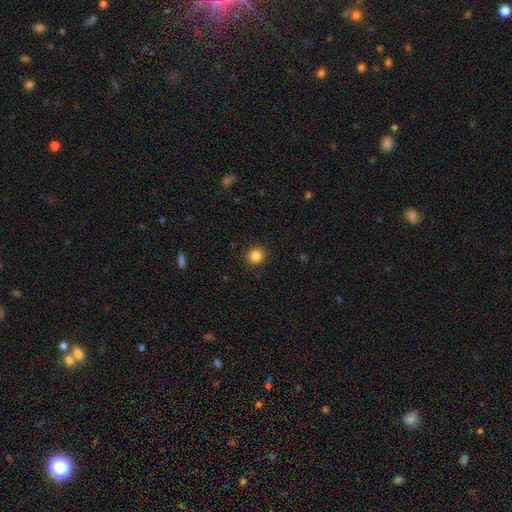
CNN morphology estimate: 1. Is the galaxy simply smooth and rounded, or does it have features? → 85% smooth, 11% star or artifact, 4% featured or disk.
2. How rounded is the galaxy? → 89% round, 10% in between, 1% cigar-shaped.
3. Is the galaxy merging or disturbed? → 91% none, 6% minor disturbance, 2% major disturbance, 1% merger.